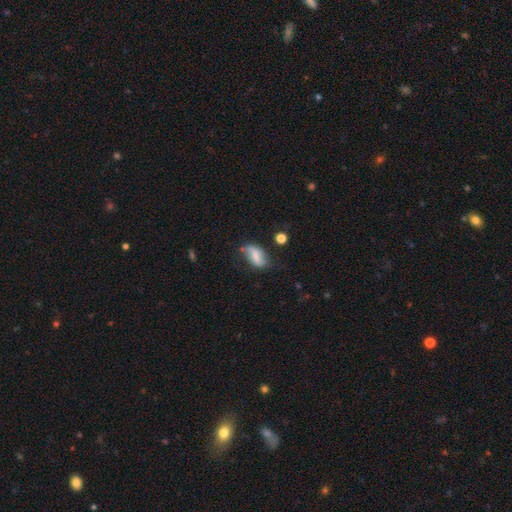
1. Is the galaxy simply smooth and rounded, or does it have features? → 47% smooth, 45% featured or disk, 8% star or artifact.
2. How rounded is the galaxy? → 89% in between, 11% cigar-shaped, 0% round.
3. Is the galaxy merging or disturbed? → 63% none, 29% minor disturbance, 6% merger, 3% major disturbance.